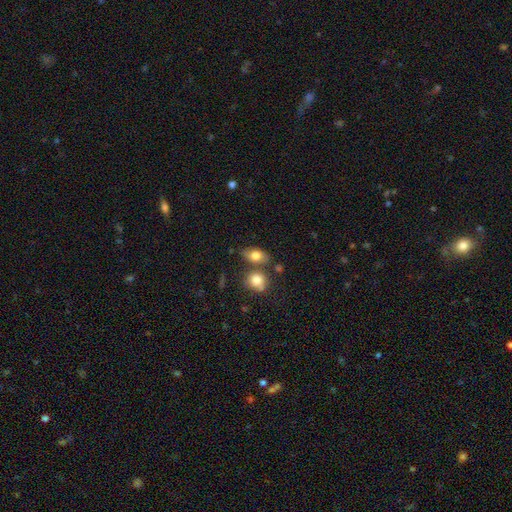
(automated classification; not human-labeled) The model was most divided on "merging": none: 62%, merger: 19%, minor disturbance: 15%, major disturbance: 4%. More confident: how rounded — in between (80%); smooth or featured — smooth (78%).